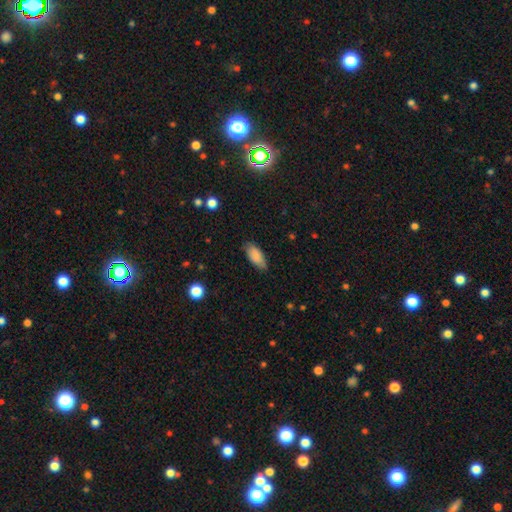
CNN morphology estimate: Smooth or featured? smooth (87%)
How rounded? in between (86%)
Merging? none (80%)